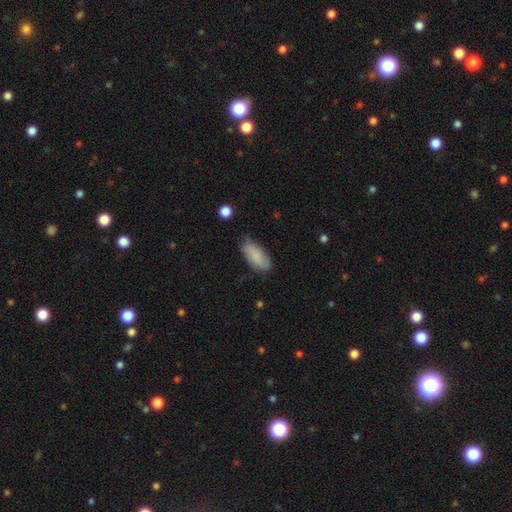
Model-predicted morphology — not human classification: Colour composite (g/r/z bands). It shows a smooth galaxy with no disk features (86%) that is in between round and cigar-shaped (88%). Merging: none (74%).